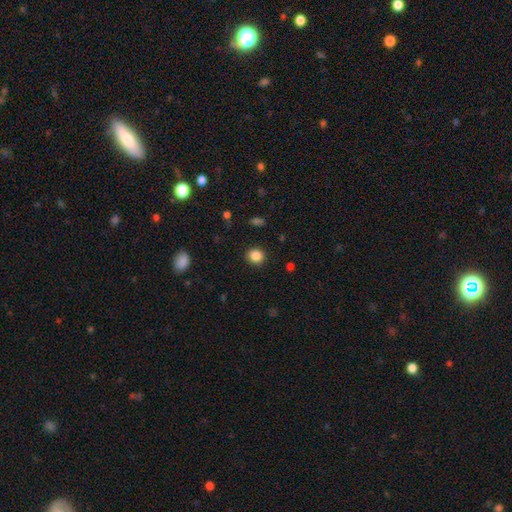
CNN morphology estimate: Smooth or featured? smooth (86%)
How rounded? round (87%)
Merging? none (90%)